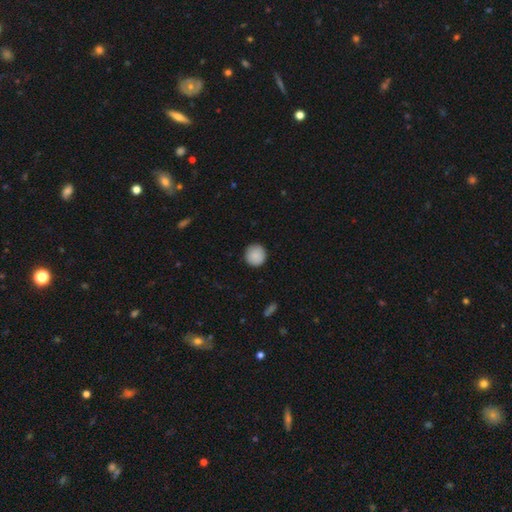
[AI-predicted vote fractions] Morphology: type=smooth (88%); roundness=round (95%); merging=none (91%).